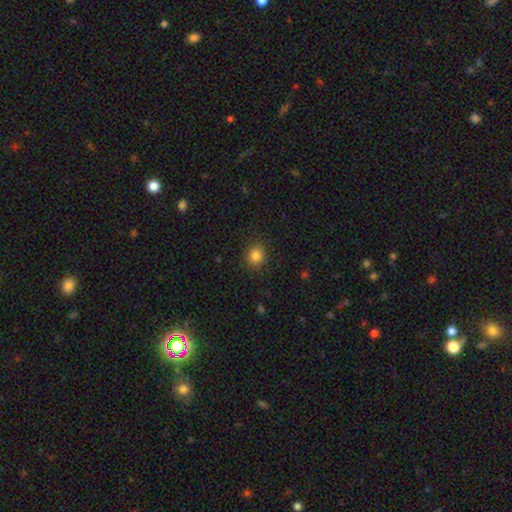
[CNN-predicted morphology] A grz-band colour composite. It shows a smooth galaxy with no disk features (84%) that is round (85%). Merging: none (89%).